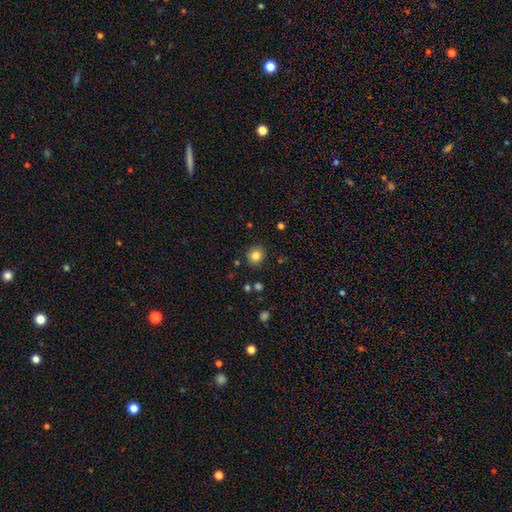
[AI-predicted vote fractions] This appears to be a smooth galaxy with no disk features (82%) that is round (89%). Merging: none (89%).